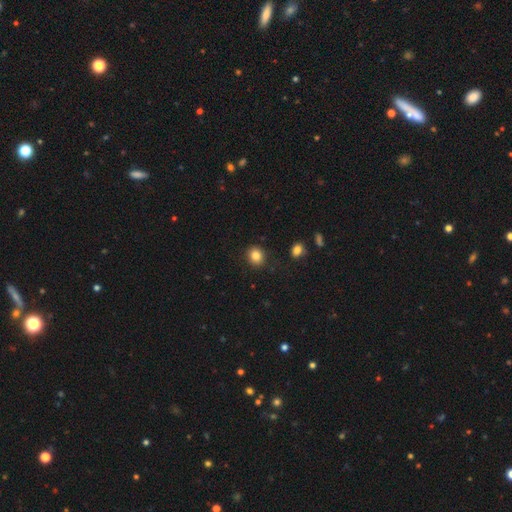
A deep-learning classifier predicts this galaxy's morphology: type=smooth (84%); roundness=round (70%); merging=none (87%).